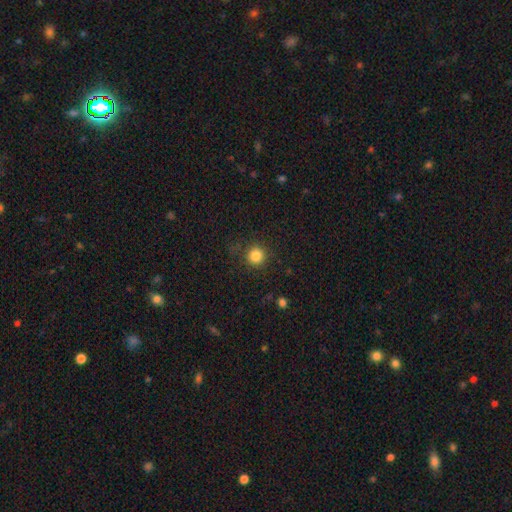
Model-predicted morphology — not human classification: This is clearly a smooth galaxy (84%). How rounded: clearly round (94%). Merging: clearly none (87%).